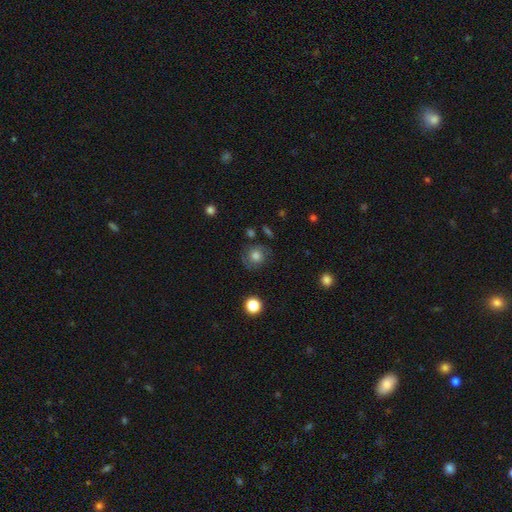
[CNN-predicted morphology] Smooth or featured? Predicted: smooth (p=0.62). How rounded? Predicted: round (p=0.84). Merging? Predicted: none (p=0.73).